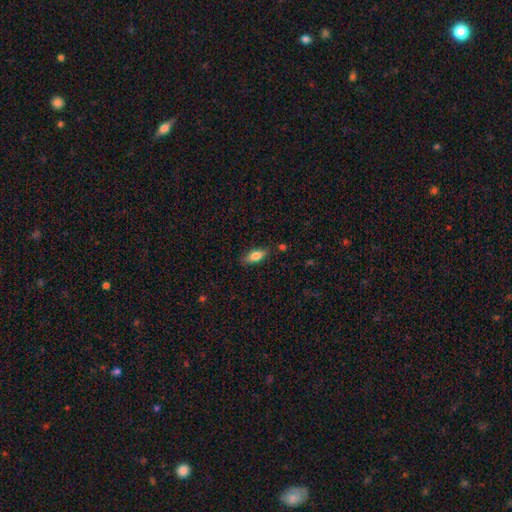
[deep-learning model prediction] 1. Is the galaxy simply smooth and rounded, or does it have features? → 79% smooth, 15% featured or disk, 7% star or artifact.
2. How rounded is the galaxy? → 79% in between, 19% cigar-shaped, 3% round.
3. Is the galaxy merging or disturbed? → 82% none, 13% minor disturbance, 3% major disturbance, 2% merger.